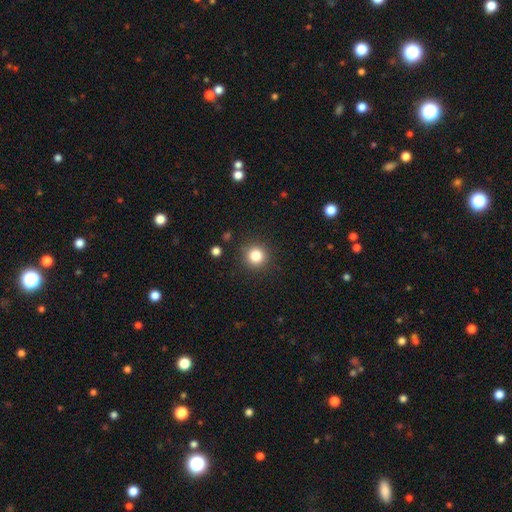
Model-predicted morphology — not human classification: type=smooth (82%); roundness=round (94%); merging=none (90%).